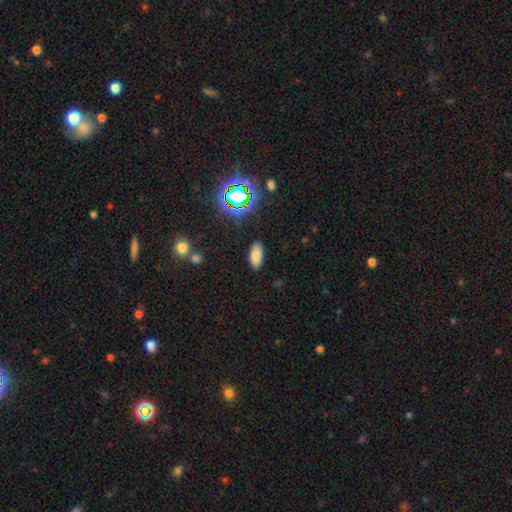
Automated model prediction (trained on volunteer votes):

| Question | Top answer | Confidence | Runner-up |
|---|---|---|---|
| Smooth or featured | smooth | 76% | star or artifact (15%) |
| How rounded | in between | 90% | cigar-shaped (7%) |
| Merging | none | 86% | minor disturbance (10%) |